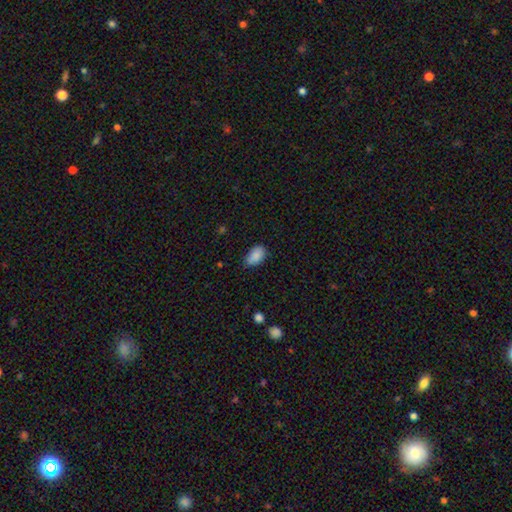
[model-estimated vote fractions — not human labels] Q: Smooth or featured?
A: smooth (87%); runner-up: star or artifact (7%)
Q: How rounded?
A: in between (92%); runner-up: round (7%)
Q: Merging?
A: none (70%); runner-up: minor disturbance (25%)